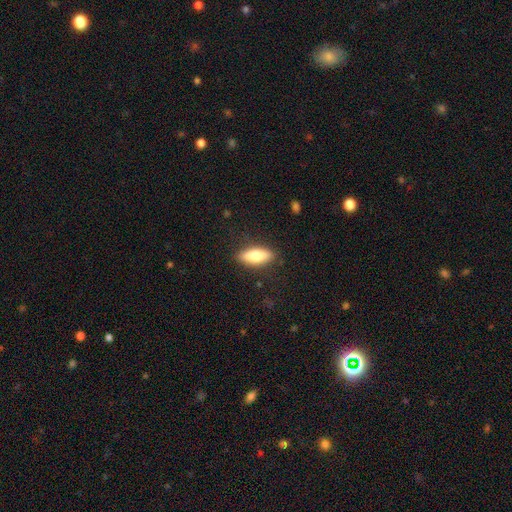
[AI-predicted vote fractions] A smooth galaxy with no disk features (76%) that is in between round and cigar-shaped (63%).

Vote fractions:
- Smooth or featured? smooth: 76% / featured or disk: 18% / star or artifact: 6%
- How rounded? in between: 63% / cigar-shaped: 35% / round: 2%
- Merging? none: 85% / minor disturbance: 11% / major disturbance: 3% / merger: 1%